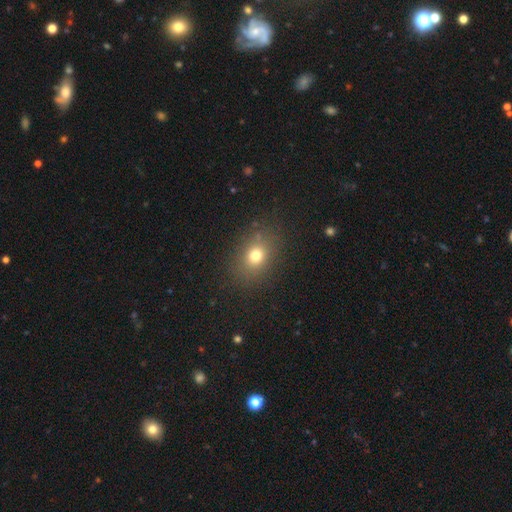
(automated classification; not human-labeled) smooth-or-featured: smooth: 74% | star or artifact: 15% | featured or disk: 10%
  how-rounded: in between: 54% | round: 45% | cigar-shaped: 1%
  merging: none: 83% | minor disturbance: 10% | major disturbance: 5% | merger: 1%